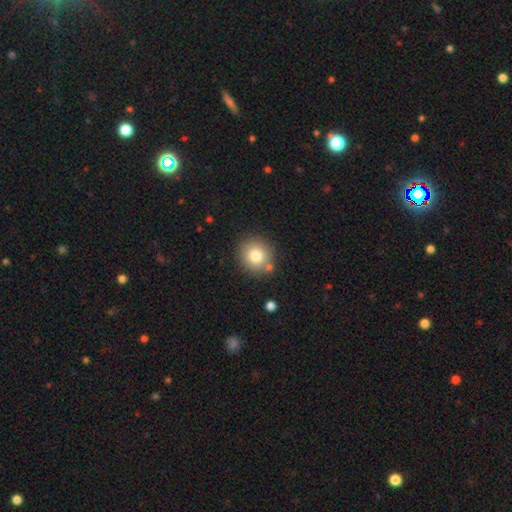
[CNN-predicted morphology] Smooth or featured? Predicted: smooth (p=0.79). How rounded? Predicted: round (p=0.88). Merging? Predicted: none (p=0.80).